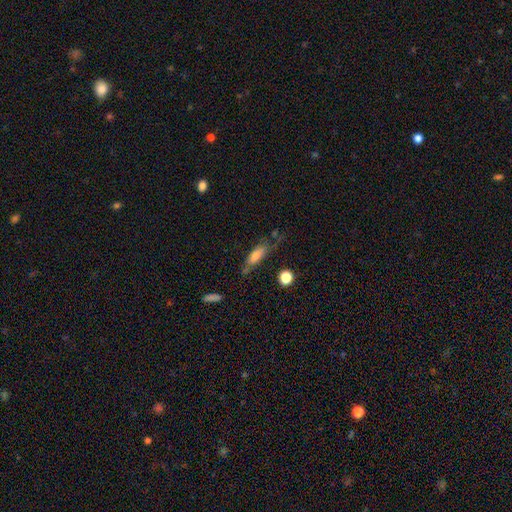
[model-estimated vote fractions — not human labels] The model was most divided on "how rounded": in between: 57%, cigar-shaped: 40%, round: 3%. More confident: smooth or featured — smooth (74%); merging — none (54%).